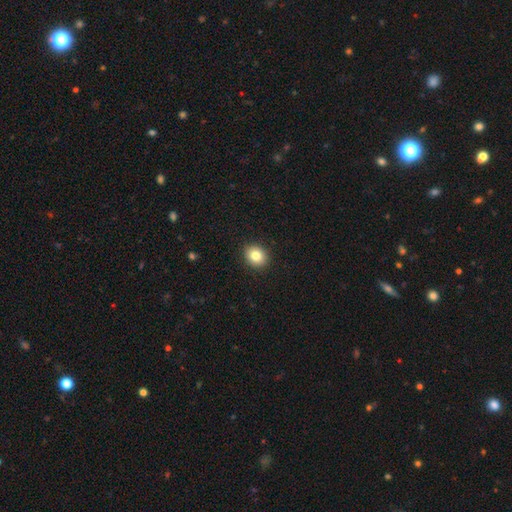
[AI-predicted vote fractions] A smooth galaxy with no disk features (83%) that is round (70%). Merging: none (92%).